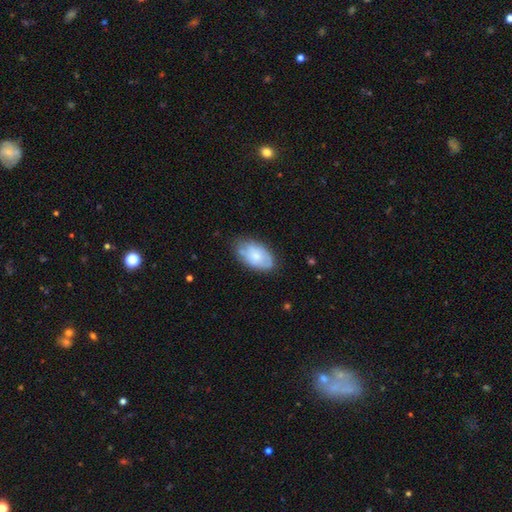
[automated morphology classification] smooth_or_featured: smooth (p=0.64) [alt: featured or disk p=0.29]
how_rounded: in between (p=0.93) [alt: round p=0.05]
merging: none (p=0.65) [alt: minor disturbance p=0.25]